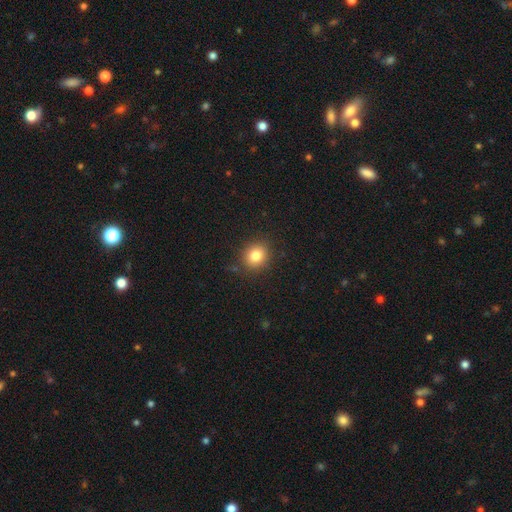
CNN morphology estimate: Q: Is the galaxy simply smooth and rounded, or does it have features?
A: smooth — 81%.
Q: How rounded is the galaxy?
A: round — 79%.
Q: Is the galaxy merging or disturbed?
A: none — 87%.